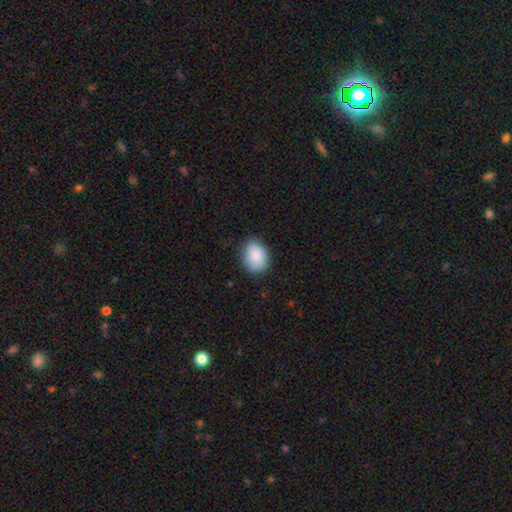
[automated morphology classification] Q: Smooth or featured?
A: smooth (89%); runner-up: star or artifact (7%)
Q: How rounded?
A: in between (64%); runner-up: round (35%)
Q: Merging?
A: none (83%); runner-up: minor disturbance (13%)